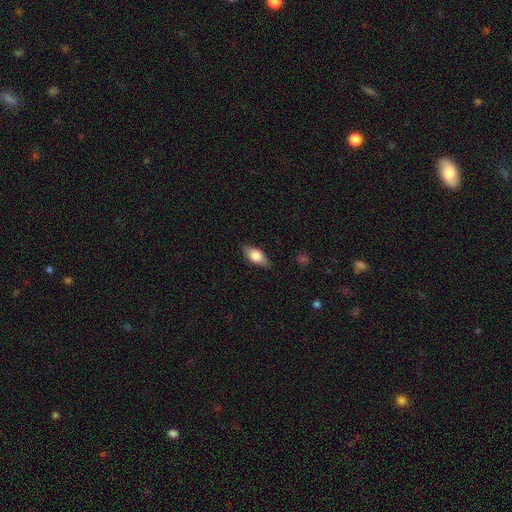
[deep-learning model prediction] A smooth galaxy with no disk features (74%) that is in between round and cigar-shaped (84%). Merging: none (83%).